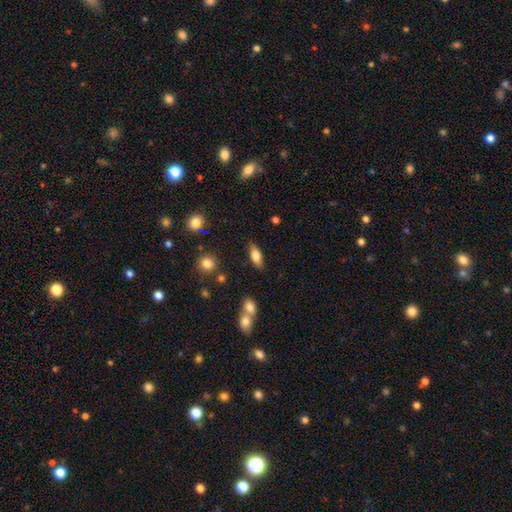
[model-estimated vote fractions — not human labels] Morphology: type=smooth (74%); roundness=in between (81%); merging=none (81%).